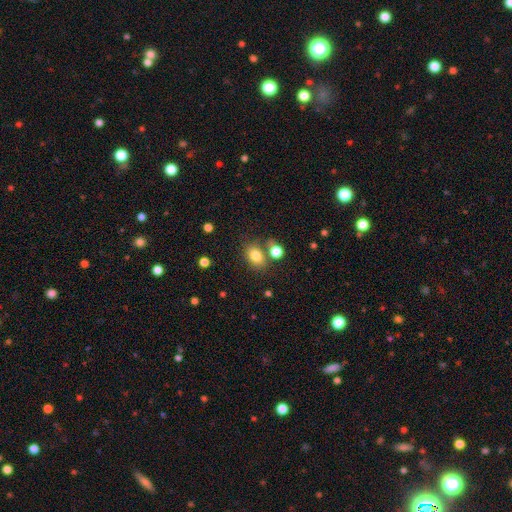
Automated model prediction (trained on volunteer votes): smooth-or-featured: smooth: 80% | star or artifact: 11% | featured or disk: 8%
  how-rounded: in between: 67% | round: 32% | cigar-shaped: 1%
  merging: none: 67% | merger: 15% | minor disturbance: 13% | major disturbance: 5%